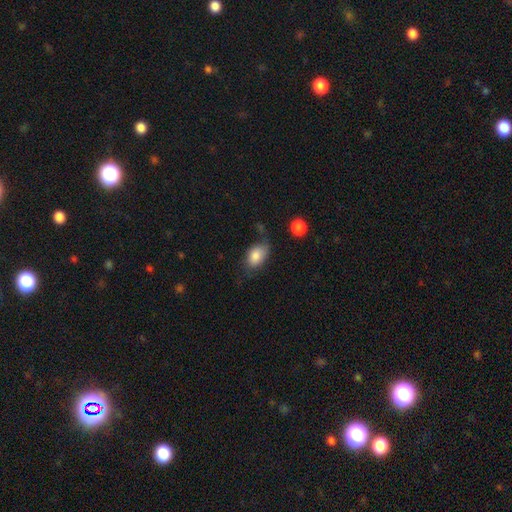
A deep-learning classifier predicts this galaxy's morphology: smooth-or-featured: smooth: 83% | featured or disk: 9% | star or artifact: 8%
  how-rounded: in between: 86% | round: 13% | cigar-shaped: 1%
  merging: none: 57% | minor disturbance: 28% | major disturbance: 11% | merger: 4%